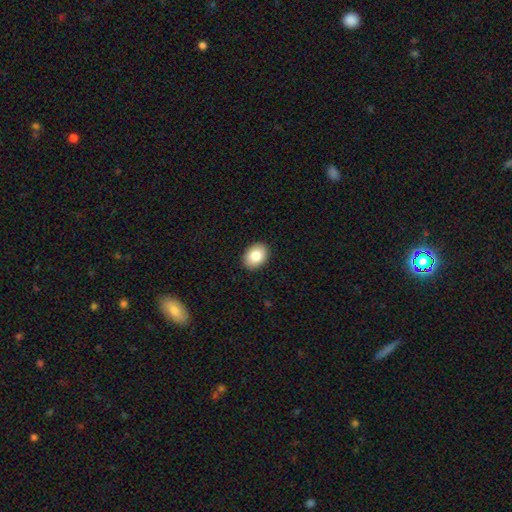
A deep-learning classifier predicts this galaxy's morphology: Overall: smooth (84%). How rounded: in between (74%). Merging: none (91%).